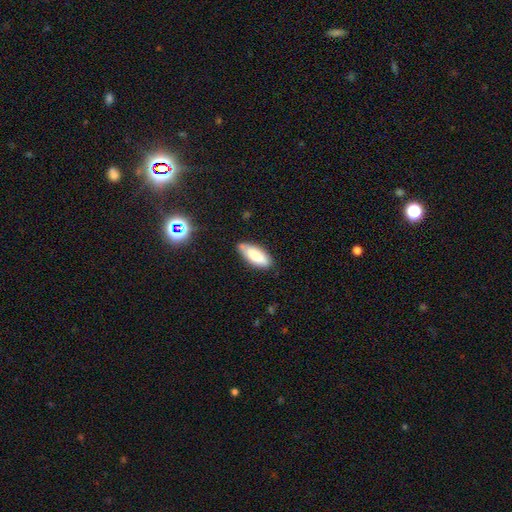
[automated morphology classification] A smooth galaxy with no disk features (83%) that is in between round and cigar-shaped (75%). Merging: none (73%).